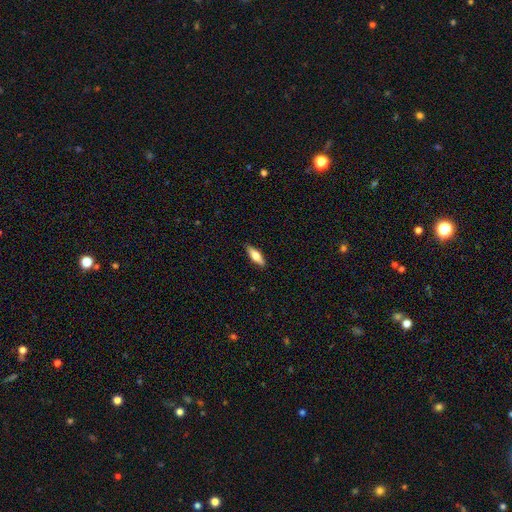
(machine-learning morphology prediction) smooth 61%, featured or disk 33%, star or artifact 6%. Down the decision tree: how rounded — in between (49%, tied with cigar-shaped); merging — none (89%).